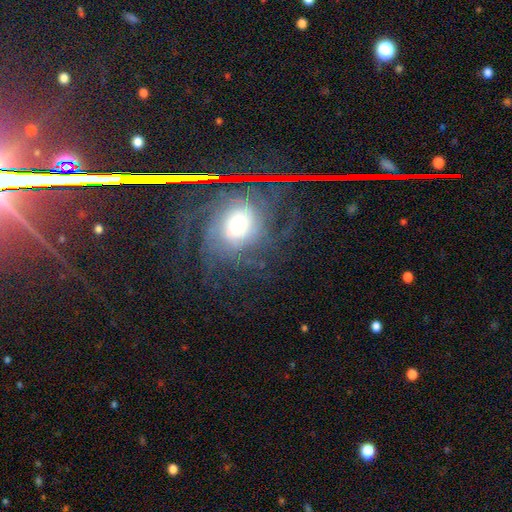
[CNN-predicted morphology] This is marginally a star or artifact rather than a galaxy (41%).